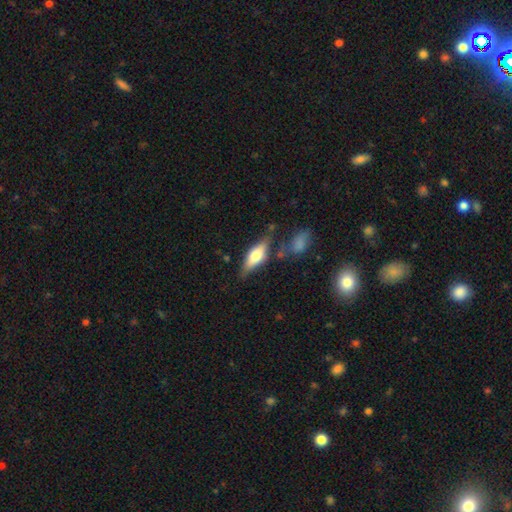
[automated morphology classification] smooth 54%, featured or disk 39%, star or artifact 6%. Down the decision tree: how rounded — in between (63%); merging — none (64%).